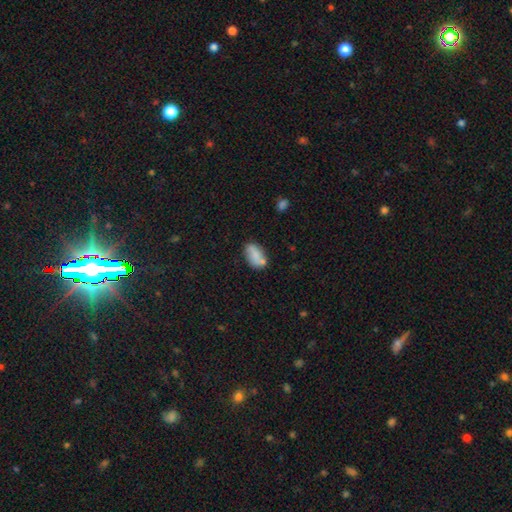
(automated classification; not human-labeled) smooth 77%, featured or disk 16%, star or artifact 8%. Down the decision tree: how rounded — in between (91%); merging — none (63%).